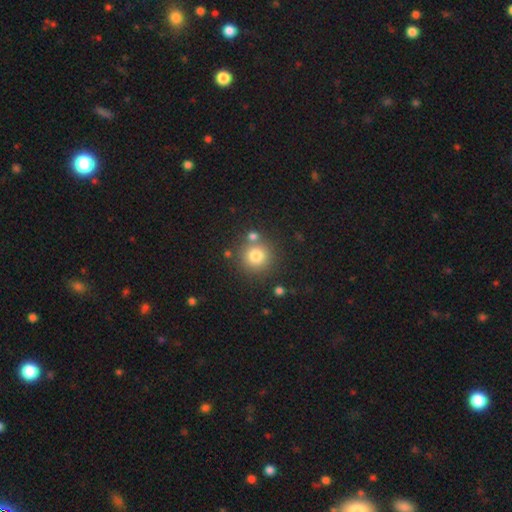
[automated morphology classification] The model was most divided on "merging": none: 76%, merger: 13%, minor disturbance: 8%, major disturbance: 3%. More confident: how rounded — round (94%); smooth or featured — smooth (79%).